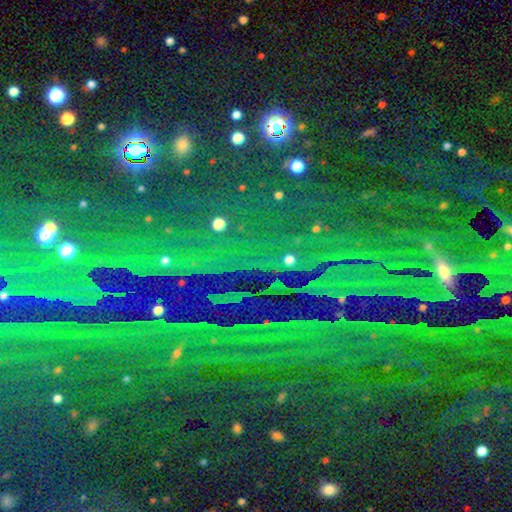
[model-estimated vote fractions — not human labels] Smooth or featured?
  - star or artifact: 84% *
  - smooth: 8%
  - featured or disk: 7%